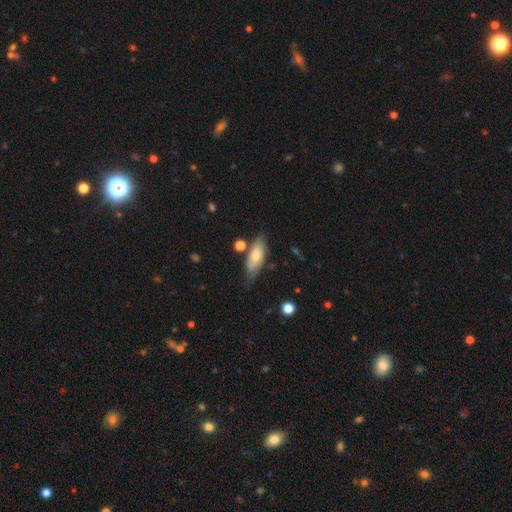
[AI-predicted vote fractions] A smooth galaxy with no disk features (63%) that is in between round and cigar-shaped (72%).

Vote fractions:
- Smooth or featured? smooth: 63% / featured or disk: 31% / star or artifact: 6%
- How rounded? in between: 72% / cigar-shaped: 25% / round: 3%
- Merging? none: 64% / minor disturbance: 24% / merger: 6% / major disturbance: 6%